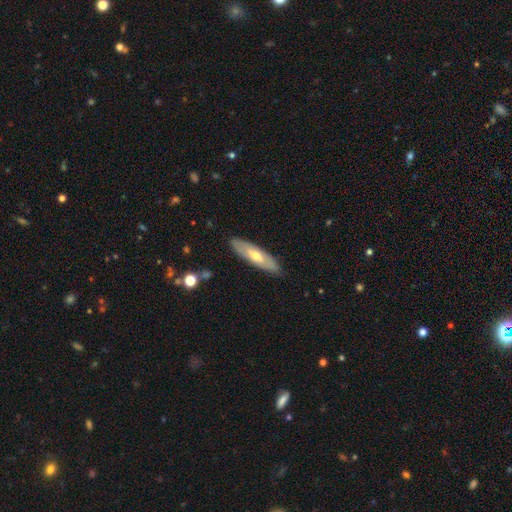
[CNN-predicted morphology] A featured or disk galaxy (47%, tied with smooth). Merging: none (87%).